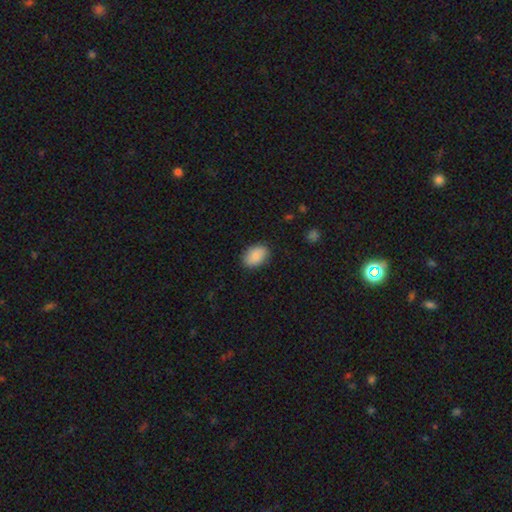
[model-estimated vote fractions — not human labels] Overall: smooth (87%). How rounded: in between (83%). Merging: none (86%).